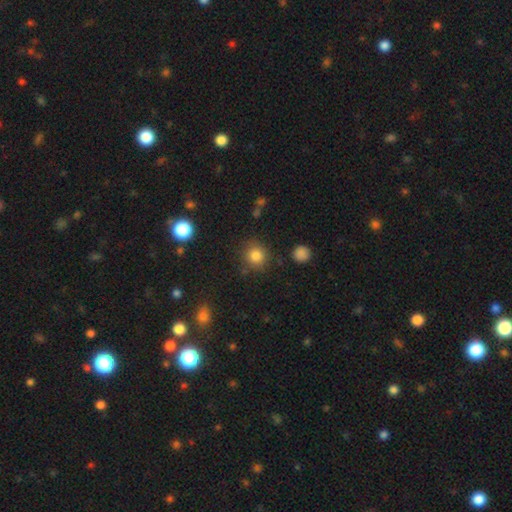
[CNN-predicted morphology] smooth_or_featured: smooth (p=0.82) [alt: star or artifact p=0.12]
how_rounded: round (p=0.91) [alt: in between p=0.08]
merging: none (p=0.84) [alt: minor disturbance p=0.09]